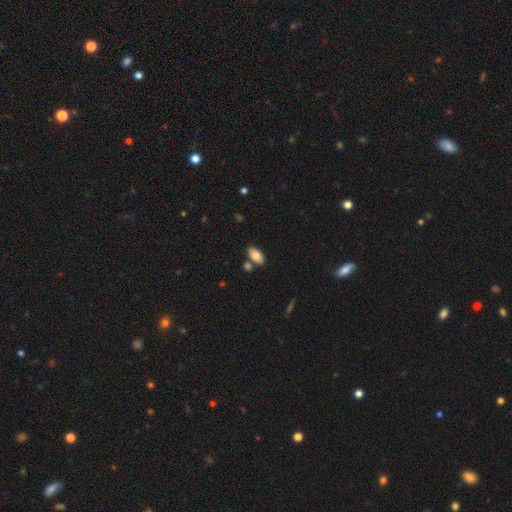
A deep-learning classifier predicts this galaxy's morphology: Q: Smooth or featured?
A: smooth (75%); runner-up: featured or disk (18%)
Q: How rounded?
A: in between (93%); runner-up: cigar-shaped (4%)
Q: Merging?
A: none (76%); runner-up: merger (11%)